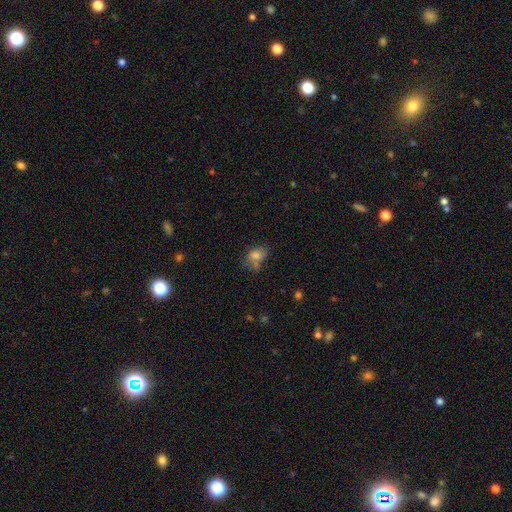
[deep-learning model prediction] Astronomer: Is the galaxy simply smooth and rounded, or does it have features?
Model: smooth — 72%.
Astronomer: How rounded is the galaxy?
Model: in between — 77%.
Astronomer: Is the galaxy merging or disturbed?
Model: none — 44% (runner-up: minor disturbance, 26%).